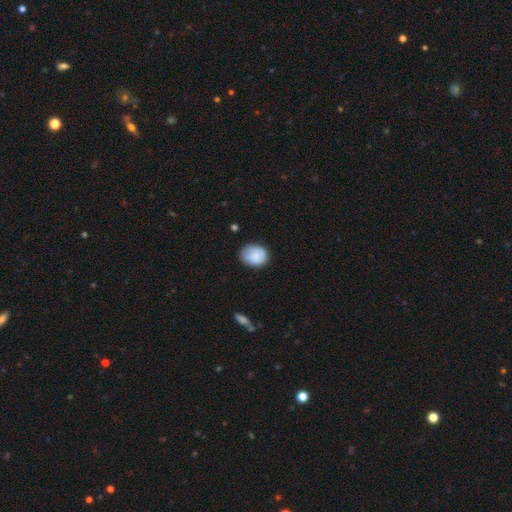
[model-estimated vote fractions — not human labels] smooth-or-featured: smooth: 85% | featured or disk: 8% | star or artifact: 7%
  how-rounded: in between: 54% | round: 45% | cigar-shaped: 1%
  merging: none: 72% | minor disturbance: 22% | major disturbance: 4% | merger: 2%